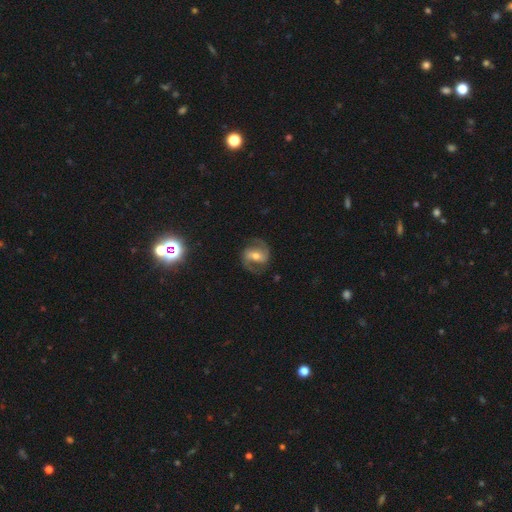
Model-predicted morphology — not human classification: smooth-or-featured: featured or disk: 84% | smooth: 9% | star or artifact: 6%
  disk-edge-on: no: 97% | yes: 3%
    bar: weak: 39% | strong: 37% | no: 24%
    has-spiral-arms: yes: 95% | no: 5%
      spiral-winding: medium: 57% | loose: 23% | tight: 20%
      spiral-arm-count: 2: 93% | can't tell: 3% | 1: 1% | 3: 1% | 4: 1% | more than 4: 1%
    bulge-size: moderate: 63% | small: 30% | large: 5% | none: 2% | dominant: 1%
  merging: none: 82% | minor disturbance: 12% | major disturbance: 6% | merger: 1%